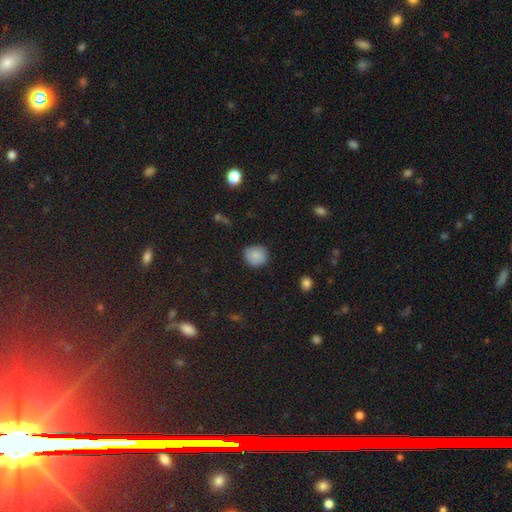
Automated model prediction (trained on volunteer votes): A smooth galaxy with no disk features (84%) that is round (85%).

Vote fractions:
- Smooth or featured? smooth: 84% / star or artifact: 9% / featured or disk: 7%
- How rounded? round: 85% / in between: 14% / cigar-shaped: 1%
- Merging? none: 81% / minor disturbance: 15% / major disturbance: 3% / merger: 1%